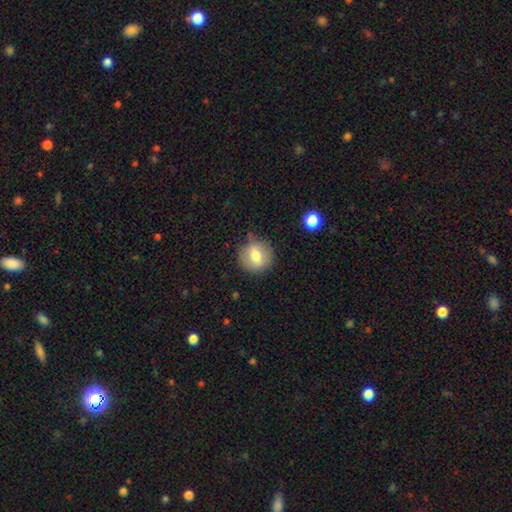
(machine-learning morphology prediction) This is likely a smooth galaxy (70%). How rounded: clearly round (87%). Merging: likely none (77%).